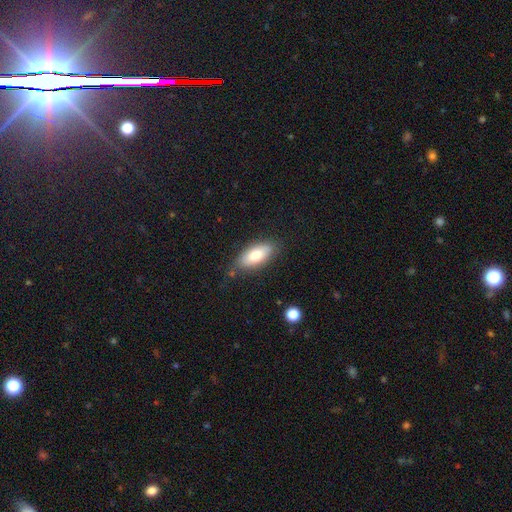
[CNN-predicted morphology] smooth 77%, featured or disk 16%, star or artifact 7%. Down the decision tree: how rounded — in between (85%); merging — none (77%).